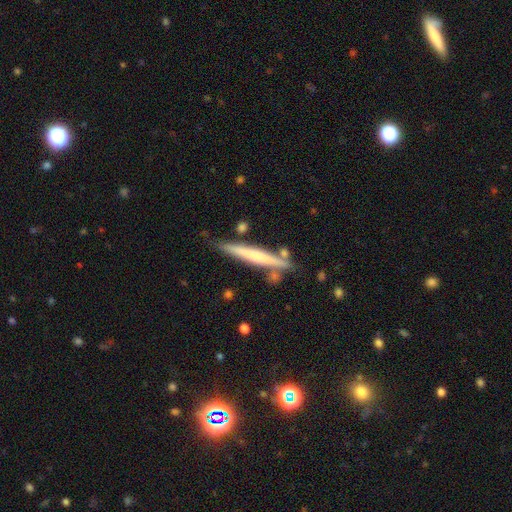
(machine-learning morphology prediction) smooth-or-featured: smooth: 47% (tied) | featured or disk: 47% (tied) | star or artifact: 6%
  merging: none: 77% | minor disturbance: 14% | merger: 7% | major disturbance: 3%